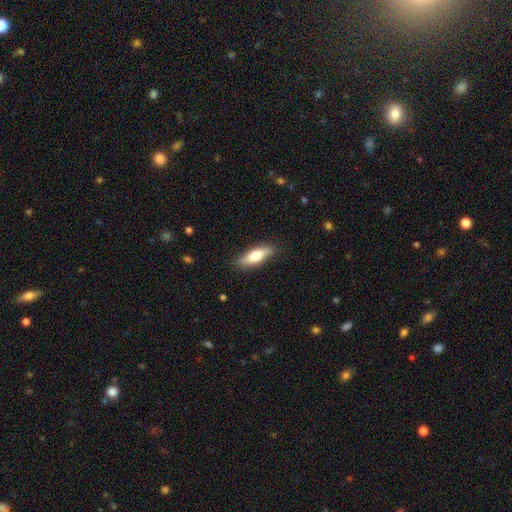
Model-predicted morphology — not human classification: Smooth or featured? smooth (70%)
How rounded? in between (53%)
Merging? none (84%)